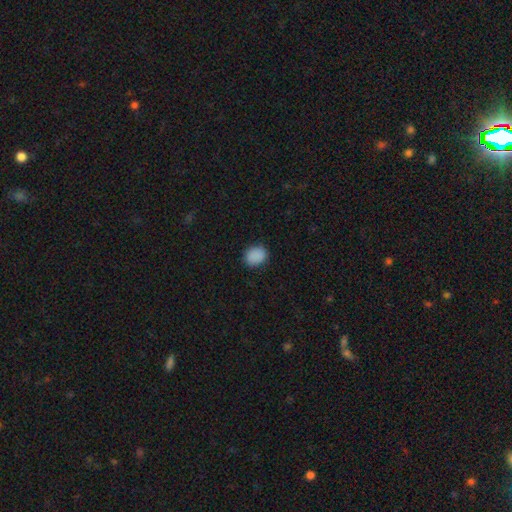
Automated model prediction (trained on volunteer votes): A smooth galaxy with no disk features (89%) that is round (58%).

Vote fractions:
- Smooth or featured? smooth: 89% / star or artifact: 9% / featured or disk: 3%
- How rounded? round: 58% / in between: 41% / cigar-shaped: 1%
- Merging? none: 87% / minor disturbance: 9% / major disturbance: 2% / merger: 1%